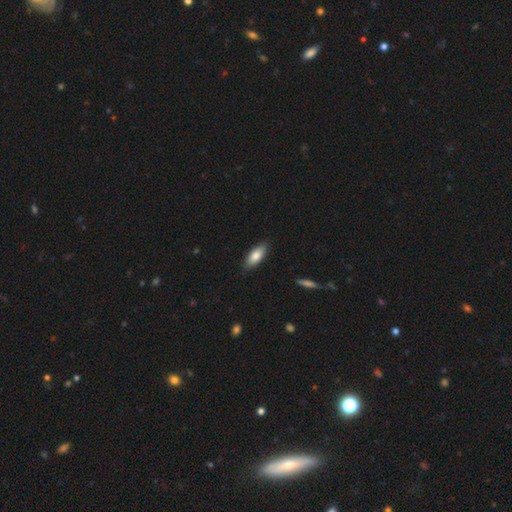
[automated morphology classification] Smooth or featured? Predicted: smooth (p=0.80). How rounded? Predicted: in between (p=0.75). Merging? Predicted: none (p=0.86).